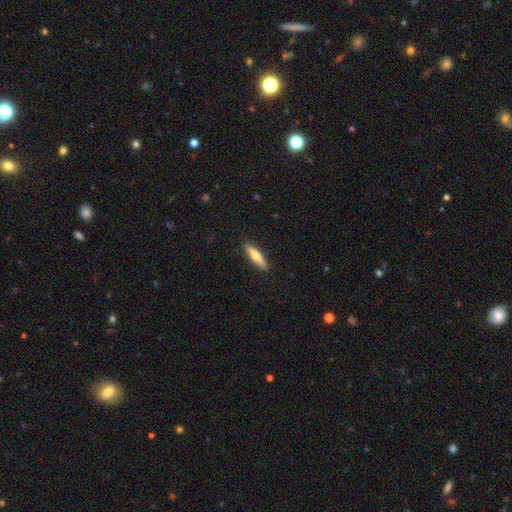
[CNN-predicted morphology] This is possibly a smooth galaxy (54%). How rounded: likely cigar-shaped (80%). Merging: clearly none (91%).